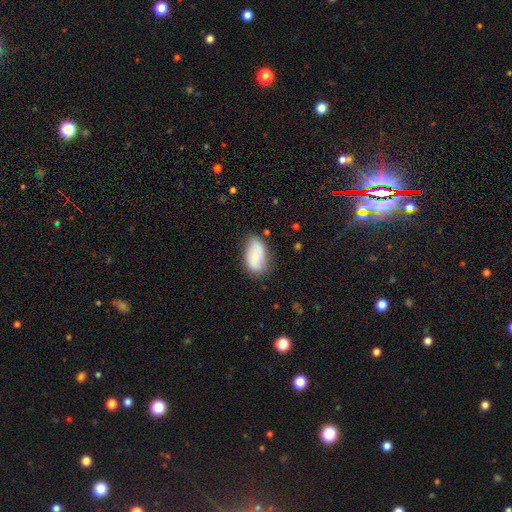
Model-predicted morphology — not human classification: This appears to be a smooth galaxy with no disk features (62%) that is in between round and cigar-shaped (92%). Merging: none (66%).